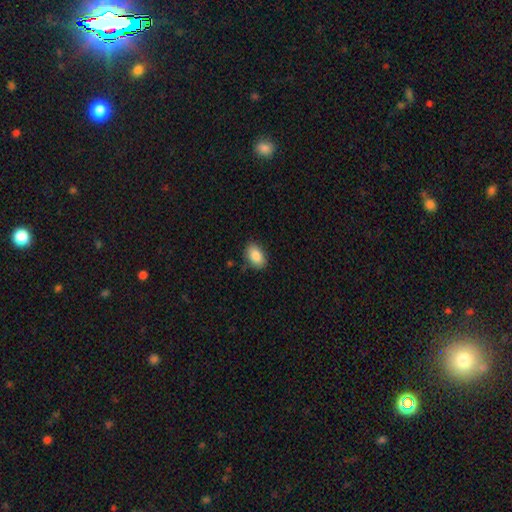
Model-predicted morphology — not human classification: smooth 87%, star or artifact 7%, featured or disk 6%. Down the decision tree: how rounded — in between (88%); merging — none (84%).